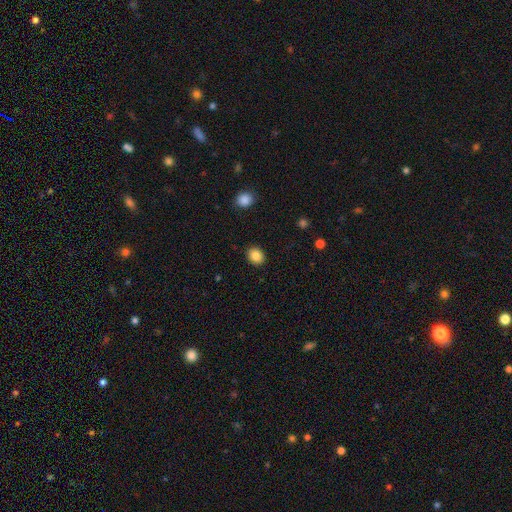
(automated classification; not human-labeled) A smooth galaxy with no disk features (87%) that is round (62%).

Vote fractions:
- Smooth or featured? smooth: 87% / star or artifact: 9% / featured or disk: 4%
- How rounded? round: 62% / in between: 37% / cigar-shaped: 1%
- Merging? none: 91% / minor disturbance: 6% / major disturbance: 2% / merger: 1%